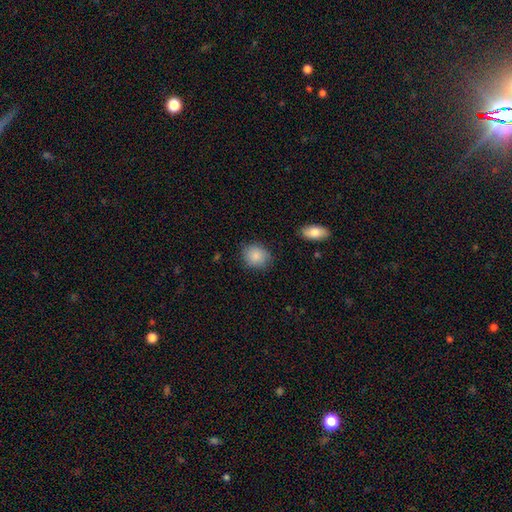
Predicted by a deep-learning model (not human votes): The model was most divided on "how rounded": round: 72%, in between: 27%, cigar-shaped: 1%. More confident: smooth or featured — smooth (87%); merging — none (83%).